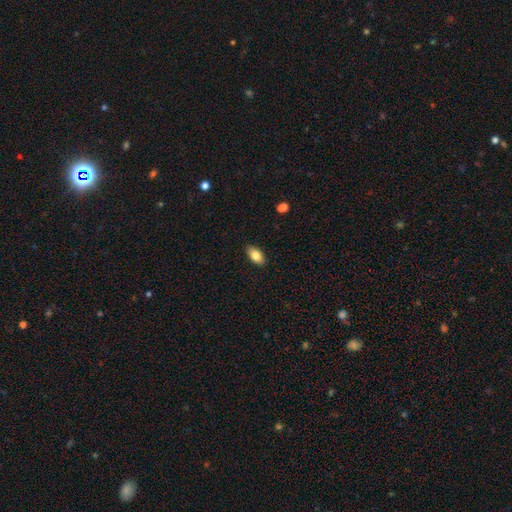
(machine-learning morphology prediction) Smooth or featured? smooth (82%)
How rounded? in between (91%)
Merging? none (89%)